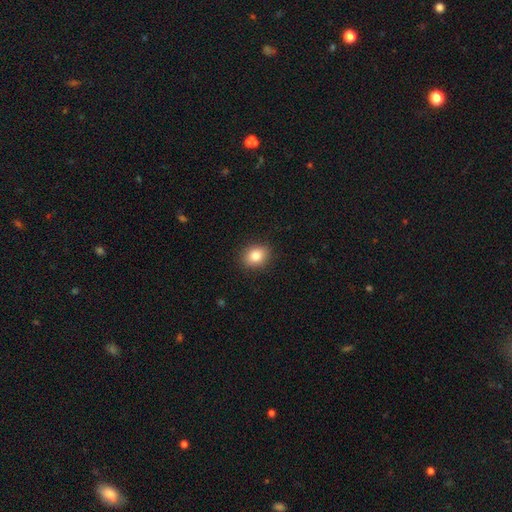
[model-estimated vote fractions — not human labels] Q: Smooth or featured?
A: smooth (83%); runner-up: star or artifact (10%)
Q: How rounded?
A: round (50%); runner-up: in between (49%)
Q: Merging?
A: none (90%); runner-up: minor disturbance (7%)